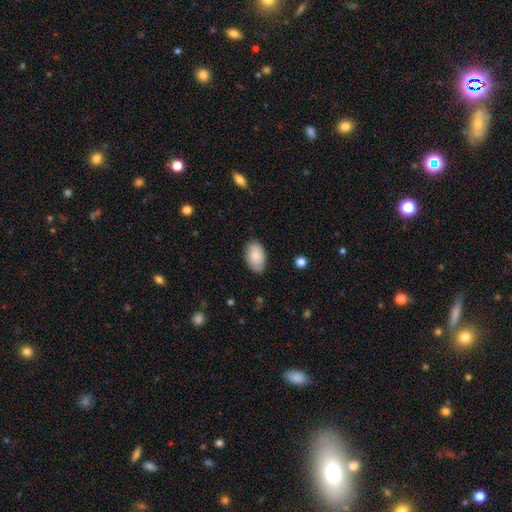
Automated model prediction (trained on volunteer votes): smooth_or_featured: smooth (p=0.85) [alt: featured or disk p=0.09]
how_rounded: in between (p=0.93) [alt: round p=0.05]
merging: none (p=0.82) [alt: minor disturbance p=0.14]